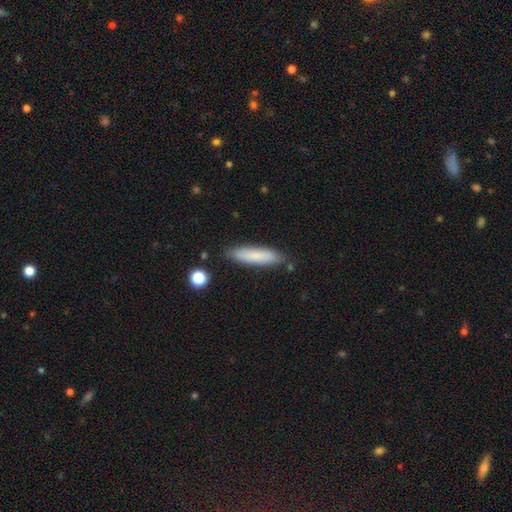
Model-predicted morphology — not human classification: Overall: smooth (81%). How rounded: cigar-shaped (79%). Merging: none (85%).